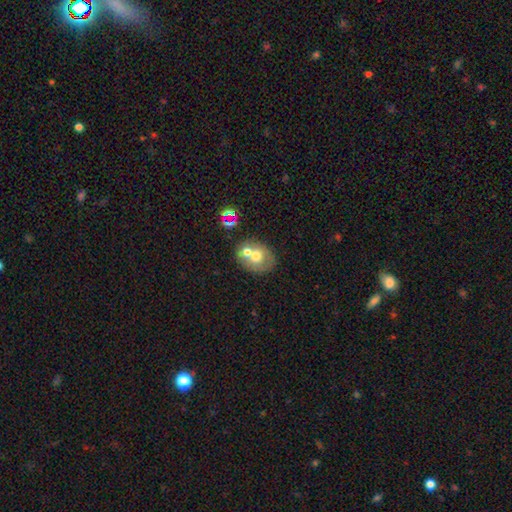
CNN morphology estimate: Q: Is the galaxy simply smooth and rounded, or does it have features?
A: smooth — 60%.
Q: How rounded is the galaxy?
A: round — 55%.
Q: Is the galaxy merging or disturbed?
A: merger — 46%.